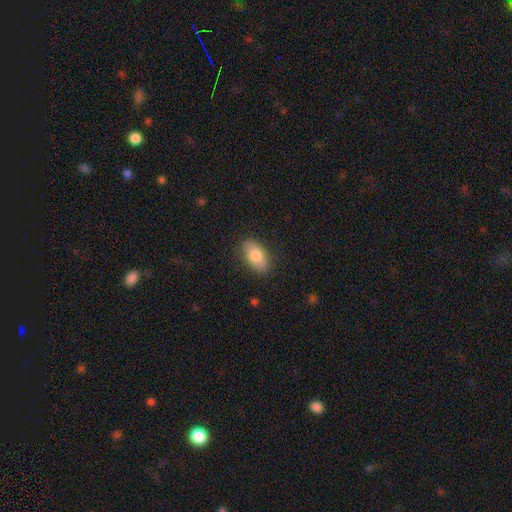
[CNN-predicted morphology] This is clearly a smooth galaxy (80%). How rounded: clearly in between (92%). Merging: clearly none (84%).